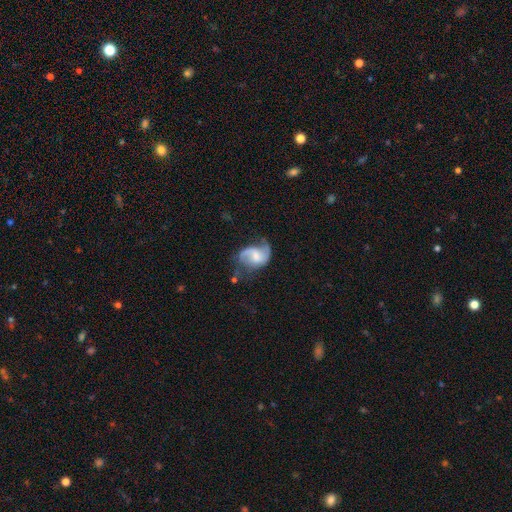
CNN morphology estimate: A featured or disk galaxy (74%) with a weak bar (47%), 2 (77%) loose (44%) spiral arms (91%) and a moderate central bulge (36%).

Vote fractions:
- Smooth or featured? featured or disk: 74% / smooth: 19% / star or artifact: 7%
- Edge-on disk? no: 98% / yes: 2%
- Bar? weak: 47% / no: 40% / strong: 12%
- Spiral arms? yes: 91% / no: 9%
- Spiral winding? loose: 44% / medium: 42% / tight: 14%
- Spiral arm count? 2: 77% / 1: 13% / can't tell: 7% / 3: 2% / 4: 1% / more than 4: 1%
- Bulge size? moderate: 36% / small: 35% / none: 18% / large: 9% / dominant: 2%
- Merging? none: 43% / minor disturbance: 27% / major disturbance: 25% / merger: 4%